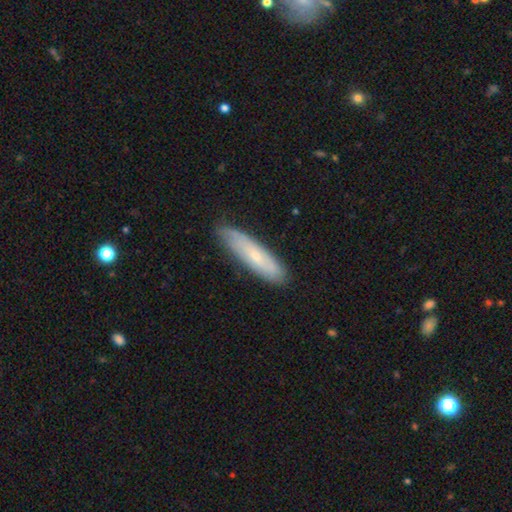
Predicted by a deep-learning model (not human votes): Smooth or featured? smooth (52%)
How rounded? cigar-shaped (73%)
Merging? none (79%)